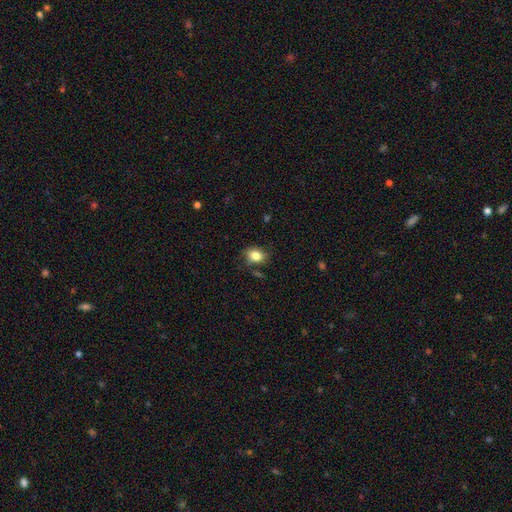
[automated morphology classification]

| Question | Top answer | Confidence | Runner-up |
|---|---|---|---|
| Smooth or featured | smooth | 81% | star or artifact (10%) |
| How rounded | in between | 57% | round (42%) |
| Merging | none | 72% | minor disturbance (19%) |